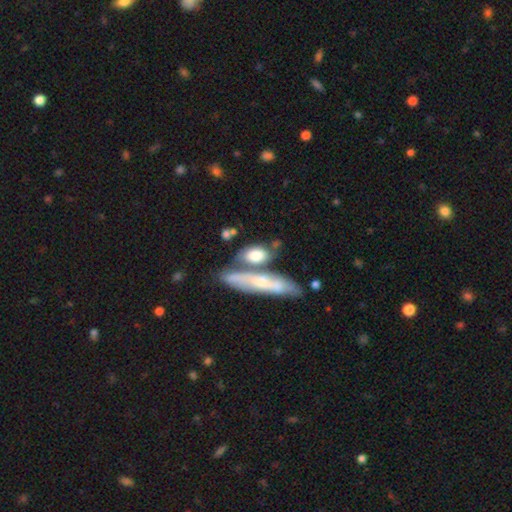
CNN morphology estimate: Smooth or featured? smooth (70%)
How rounded? in between (67%)
Merging? none (44%)